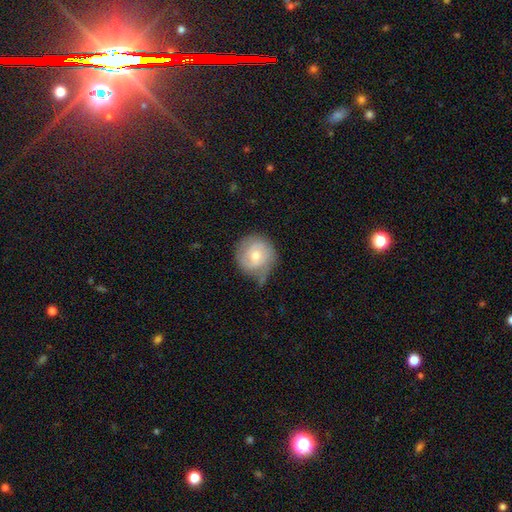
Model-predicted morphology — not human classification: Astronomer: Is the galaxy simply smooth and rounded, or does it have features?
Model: smooth — 52% (runner-up: featured or disk, 41%).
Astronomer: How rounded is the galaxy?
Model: round — 90%.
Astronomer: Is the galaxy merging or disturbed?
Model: none — 52% (runner-up: minor disturbance, 31%).